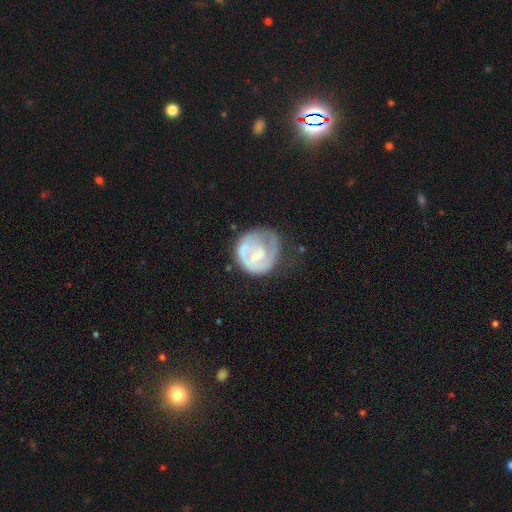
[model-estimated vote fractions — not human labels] featured or disk 59%, smooth 34%, star or artifact 6%. Down the decision tree: edge-on disk — no (98%); bar — no (51%); spiral arms — yes (60%); bulge size — small (43%); merging — none (46%).